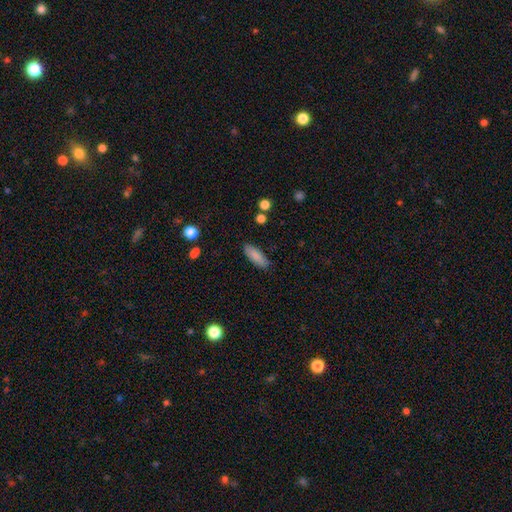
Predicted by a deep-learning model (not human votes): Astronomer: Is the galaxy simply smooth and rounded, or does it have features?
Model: smooth — 86%.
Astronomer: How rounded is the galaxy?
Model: in between — 63%.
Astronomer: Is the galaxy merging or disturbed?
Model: none — 85%.